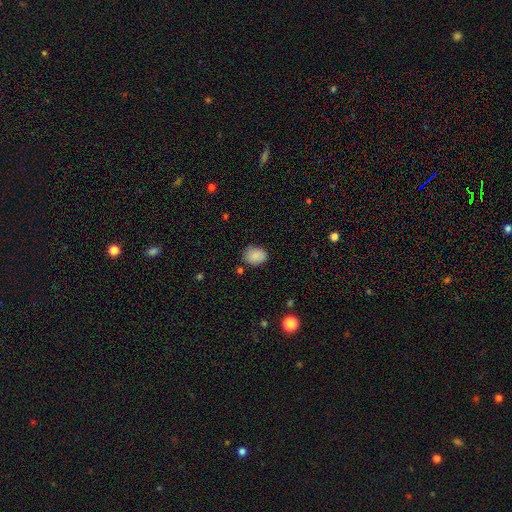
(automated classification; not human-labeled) Morphology: type=smooth (88%); roundness=in between (62%); merging=none (79%).